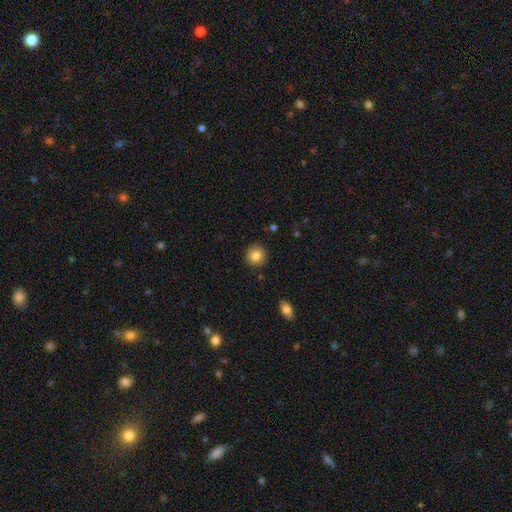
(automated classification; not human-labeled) smooth 84%, star or artifact 9%, featured or disk 8%. Down the decision tree: how rounded — round (91%); merging — none (89%).